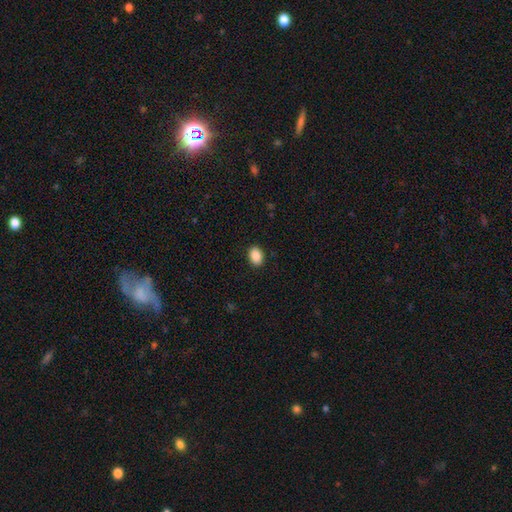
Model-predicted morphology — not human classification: Overall: smooth (90%). How rounded: in between (79%). Merging: none (90%).